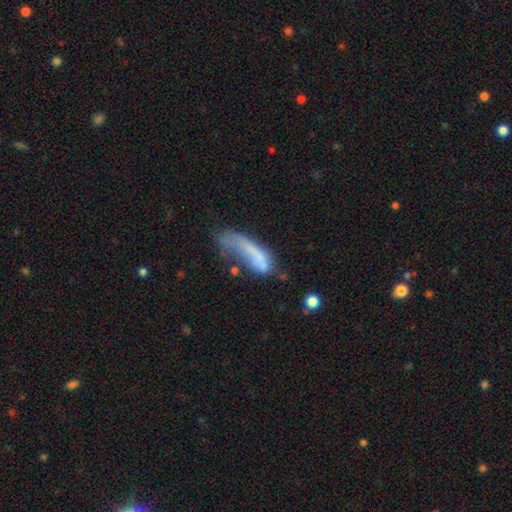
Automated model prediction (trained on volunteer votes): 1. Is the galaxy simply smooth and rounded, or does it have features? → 58% smooth, 32% featured or disk, 10% star or artifact.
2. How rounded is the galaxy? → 52% cigar-shaped, 45% in between, 3% round.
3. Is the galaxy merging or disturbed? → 44% major disturbance, 21% minor disturbance, 21% none, 13% merger.